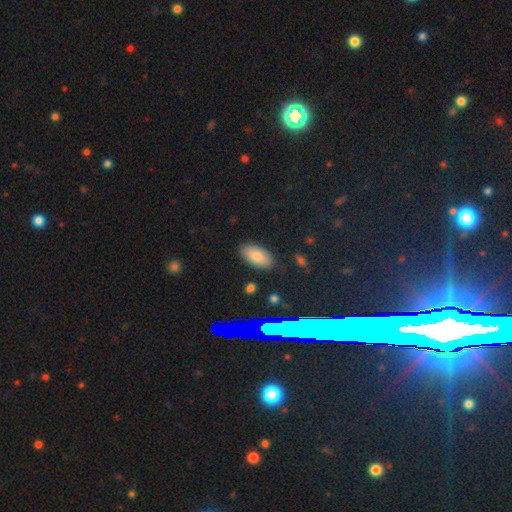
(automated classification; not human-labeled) A smooth galaxy with no disk features (79%) that is in between round and cigar-shaped (94%). Merging: none (86%).